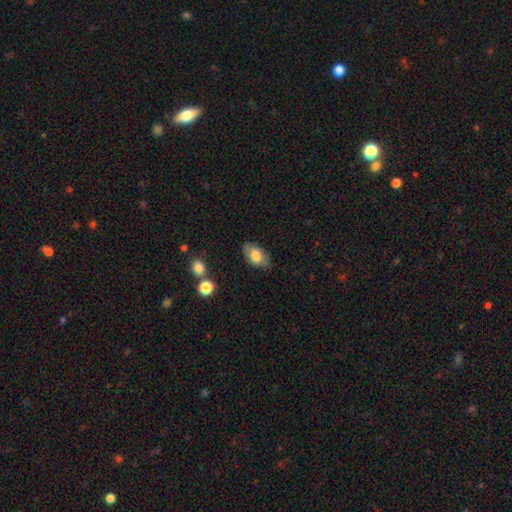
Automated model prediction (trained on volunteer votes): A smooth galaxy with no disk features (69%) that is in between round and cigar-shaped (91%).

Vote fractions:
- Smooth or featured? smooth: 69% / featured or disk: 23% / star or artifact: 7%
- How rounded? in between: 91% / round: 8% / cigar-shaped: 2%
- Merging? none: 73% / minor disturbance: 20% / major disturbance: 5% / merger: 2%